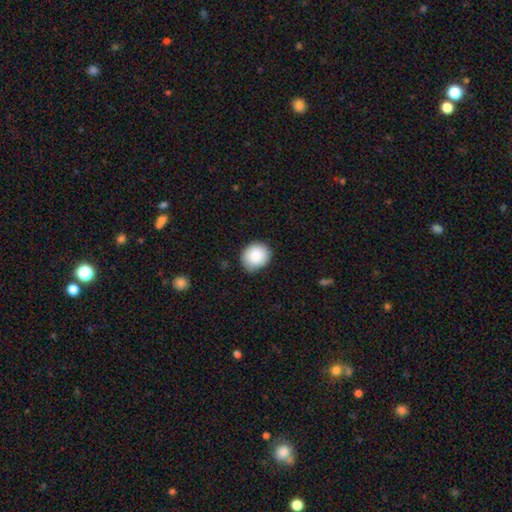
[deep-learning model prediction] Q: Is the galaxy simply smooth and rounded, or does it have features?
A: smooth — 87%.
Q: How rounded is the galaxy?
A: round — 79%.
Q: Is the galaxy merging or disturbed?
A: none — 80%.